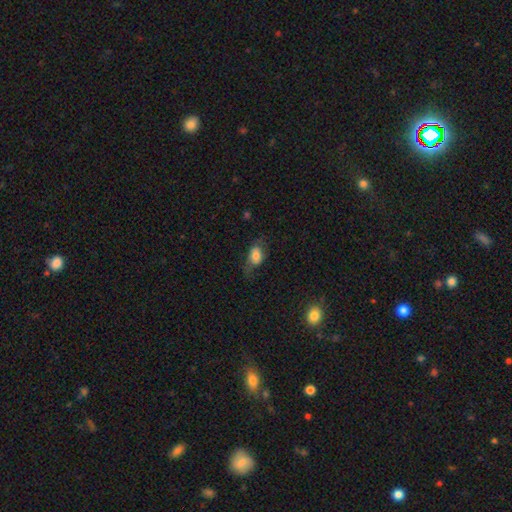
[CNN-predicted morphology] Smooth or featured? smooth (68%)
How rounded? in between (82%)
Merging? none (52%)